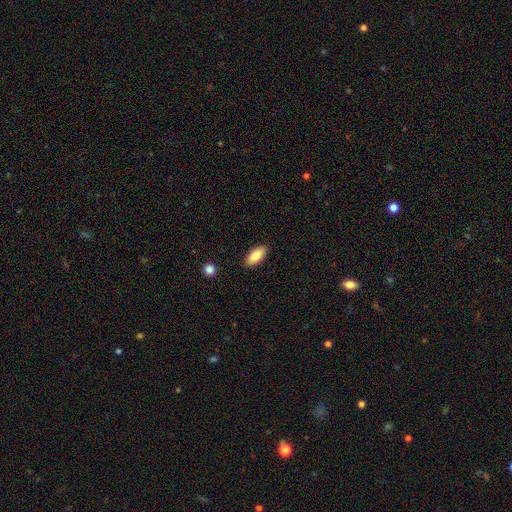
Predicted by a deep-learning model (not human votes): smooth_or_featured: smooth (p=0.84) [alt: featured or disk p=0.10]
how_rounded: in between (p=0.88) [alt: cigar-shaped p=0.10]
merging: none (p=0.89) [alt: minor disturbance p=0.08]